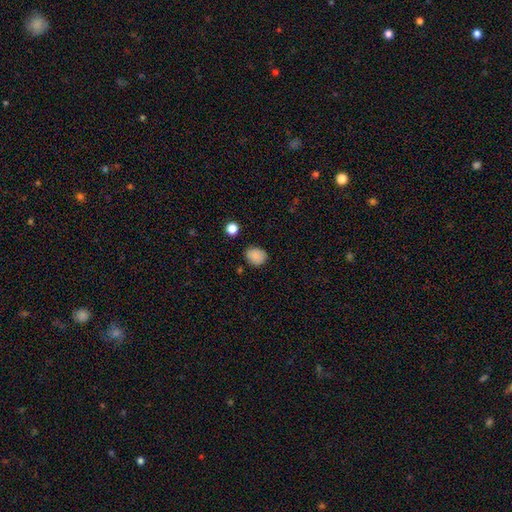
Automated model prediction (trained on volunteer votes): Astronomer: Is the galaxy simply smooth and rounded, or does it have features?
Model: smooth — 87%.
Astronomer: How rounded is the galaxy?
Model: round — 61% (runner-up: in between, 38%).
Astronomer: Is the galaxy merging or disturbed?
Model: none — 82%.